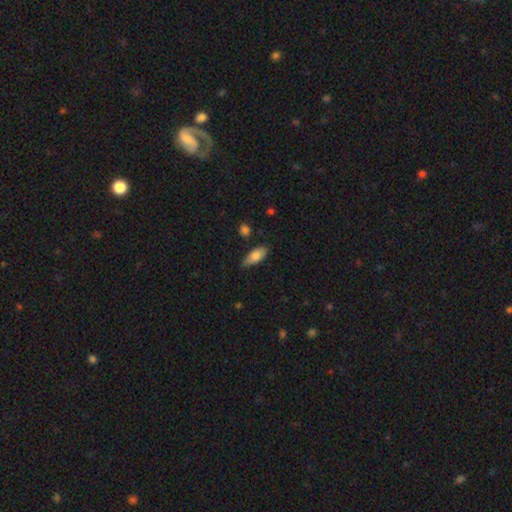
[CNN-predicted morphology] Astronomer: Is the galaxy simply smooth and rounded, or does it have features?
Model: smooth — 81%.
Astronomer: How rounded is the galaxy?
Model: in between — 83%.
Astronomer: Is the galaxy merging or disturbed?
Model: none — 72%.